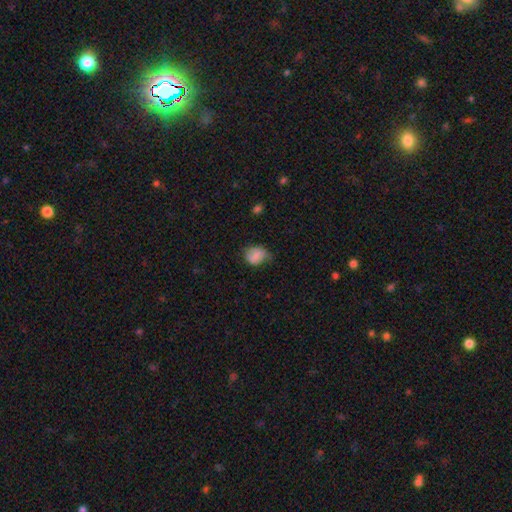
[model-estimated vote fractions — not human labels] A smooth galaxy with no disk features (79%) that is round (50%).

Vote fractions:
- Smooth or featured? smooth: 79% / featured or disk: 11% / star or artifact: 9%
- How rounded? round: 50% / in between: 49% / cigar-shaped: 1%
- Merging? none: 53% / minor disturbance: 35% / major disturbance: 11% / merger: 2%